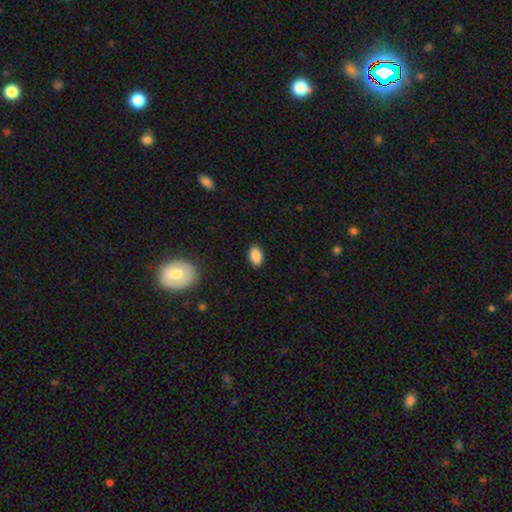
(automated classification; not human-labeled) smooth_or_featured: smooth (p=0.88) [alt: star or artifact p=0.08]
how_rounded: in between (p=0.91) [alt: round p=0.07]
merging: none (p=0.88) [alt: minor disturbance p=0.09]